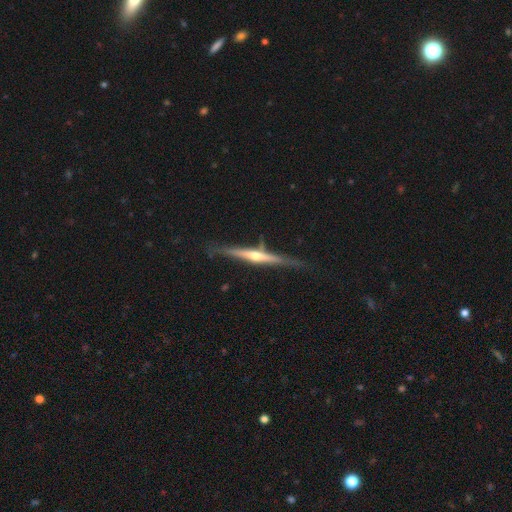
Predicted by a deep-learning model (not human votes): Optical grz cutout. It shows a featured or disk galaxy (76%) viewed edge-on (97%) with a rounded central bulge (86%). Merging: none (77%).